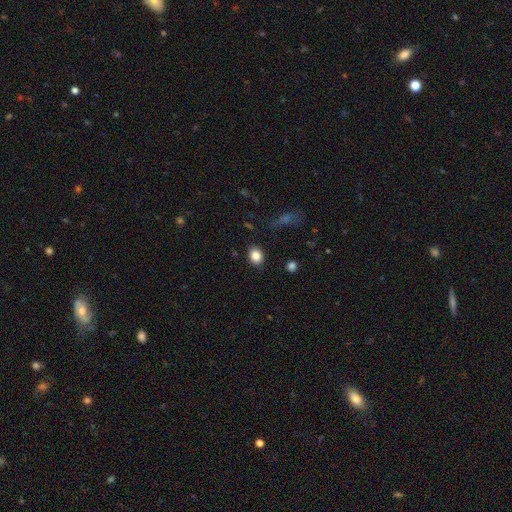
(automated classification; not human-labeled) smooth 85%, star or artifact 9%, featured or disk 5%. Down the decision tree: how rounded — in between (57%); merging — none (87%).